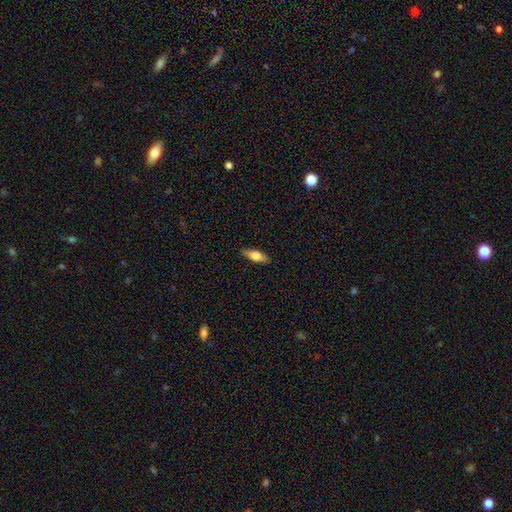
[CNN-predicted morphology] Smooth or featured: smooth — 68% (featured or disk — 26%)
How rounded: in between — 65% (cigar-shaped — 32%)
Merging: none — 88% (minor disturbance — 9%)